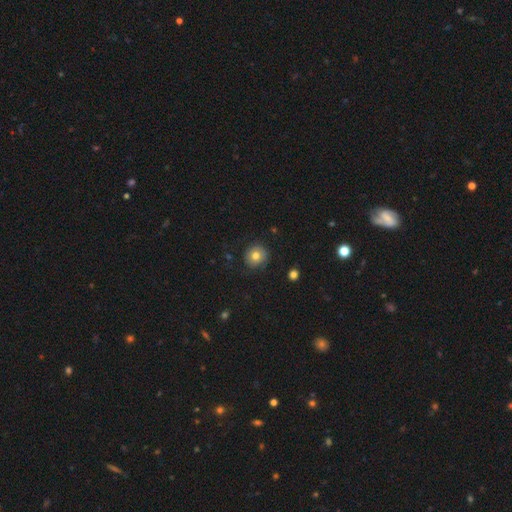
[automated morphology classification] A smooth galaxy with no disk features (74%) that is round (89%). Merging: none (81%).